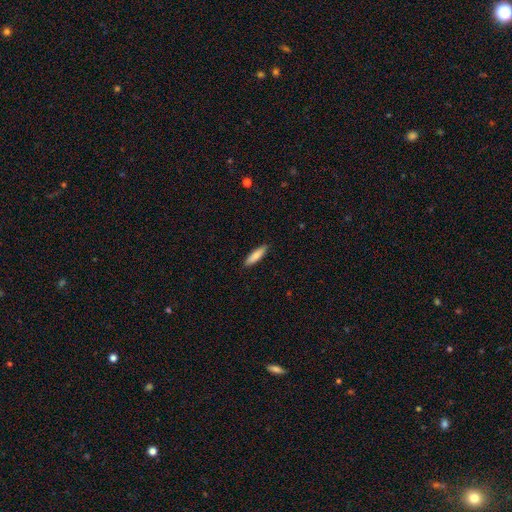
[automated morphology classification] smooth_or_featured: smooth (p=0.82) [alt: featured or disk p=0.12]
how_rounded: cigar-shaped (p=0.67) [alt: in between p=0.32]
merging: none (p=0.89) [alt: minor disturbance p=0.08]